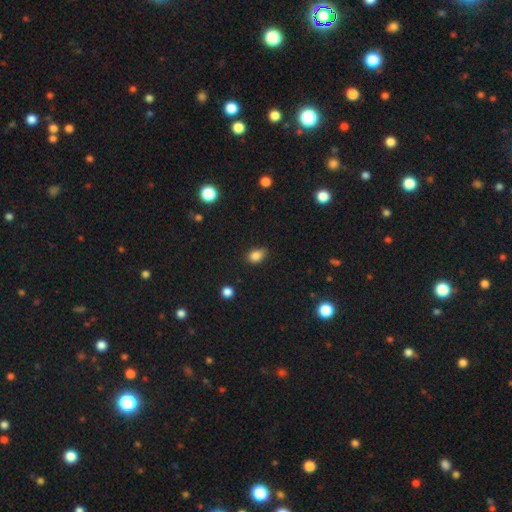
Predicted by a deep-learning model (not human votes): The model was most divided on "how rounded": in between: 66%, round: 32%, cigar-shaped: 1%. More confident: smooth or featured — smooth (84%); merging — none (67%).